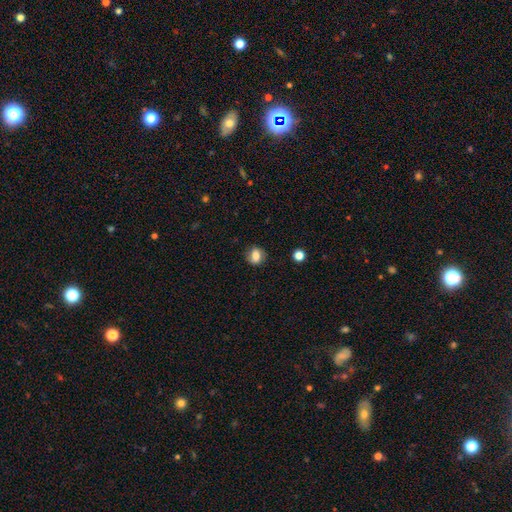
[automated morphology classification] smooth_or_featured: smooth (p=0.74) [alt: featured or disk p=0.16]
how_rounded: round (p=0.62) [alt: in between p=0.37]
merging: none (p=0.82) [alt: minor disturbance p=0.13]